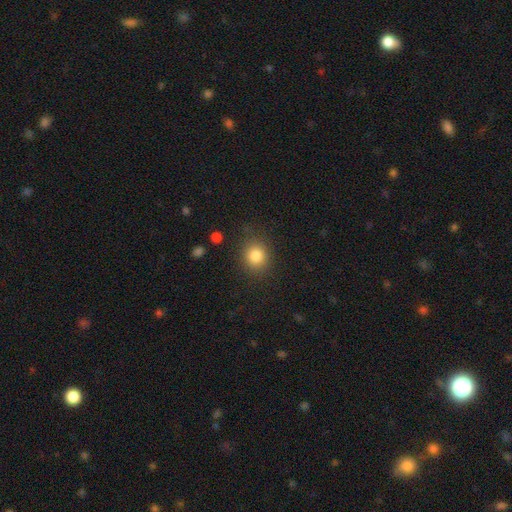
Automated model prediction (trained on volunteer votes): Smooth or featured: smooth — 83% (star or artifact — 11%)
How rounded: round — 73% (in between — 26%)
Merging: none — 85% (minor disturbance — 10%)